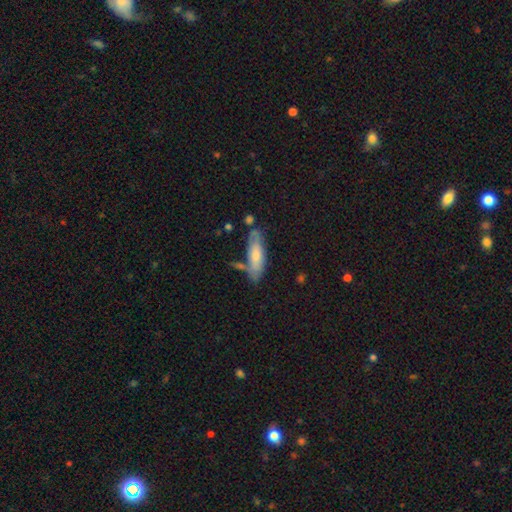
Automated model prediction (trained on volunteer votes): Morphology: type=smooth (68%); roundness=cigar-shaped (52%); merging=none (64%).